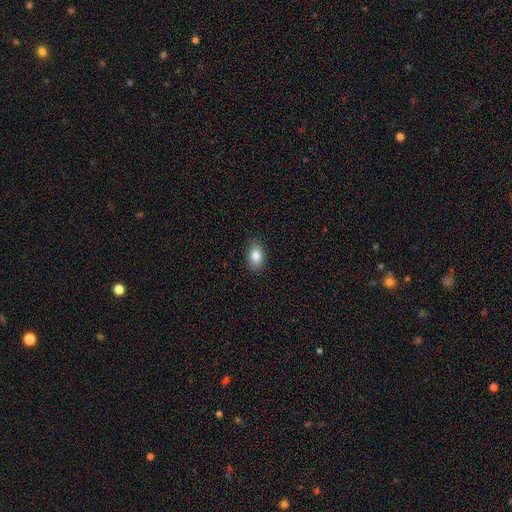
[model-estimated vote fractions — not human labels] Smooth or featured?
  - smooth: 84% *
  - star or artifact: 8%
  - featured or disk: 8%
How rounded?
  - in between: 85% *
  - round: 14%
  - cigar-shaped: 1%
Merging?
  - none: 84% *
  - minor disturbance: 12%
  - major disturbance: 2%
  - merger: 1%